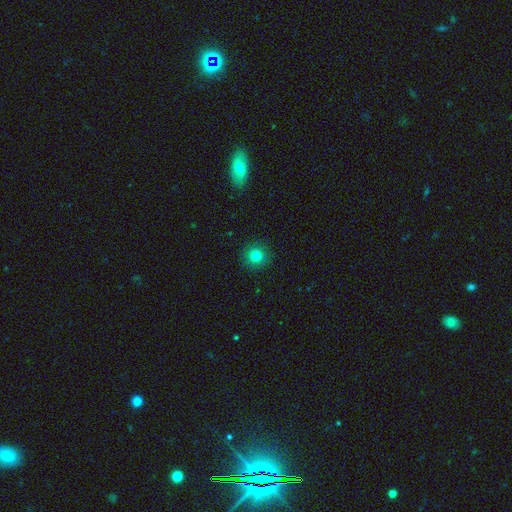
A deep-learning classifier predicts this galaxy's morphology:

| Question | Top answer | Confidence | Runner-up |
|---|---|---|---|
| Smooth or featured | smooth | 81% | star or artifact (13%) |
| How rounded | round | 95% | in between (5%) |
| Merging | none | 92% | minor disturbance (5%) |